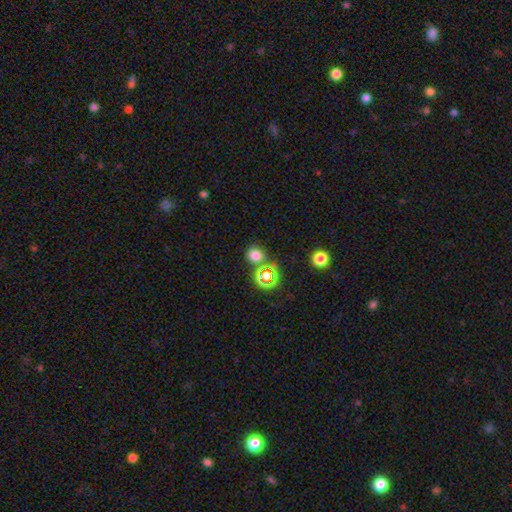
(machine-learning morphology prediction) This is likely a smooth galaxy (71%). How rounded: likely round (78%). Merging: likely none (74%).